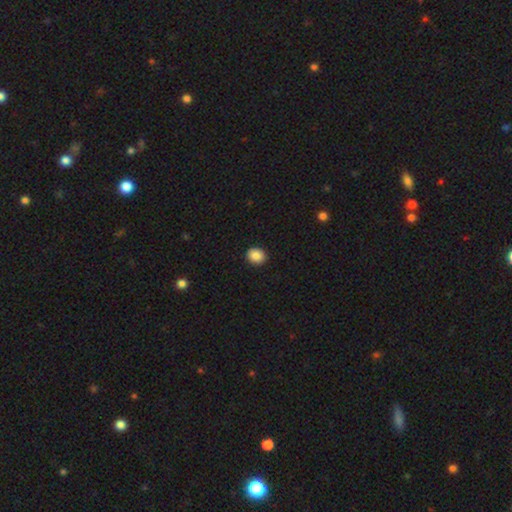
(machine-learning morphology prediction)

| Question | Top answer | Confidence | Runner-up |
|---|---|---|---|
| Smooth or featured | smooth | 87% | star or artifact (8%) |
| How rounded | round | 59% | in between (40%) |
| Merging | none | 91% | minor disturbance (6%) |